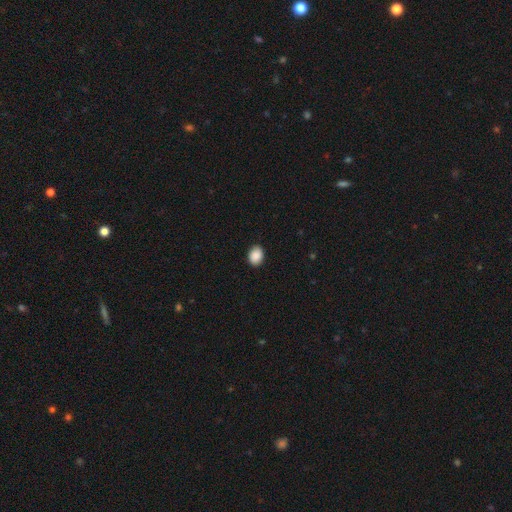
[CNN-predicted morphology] smooth_or_featured: smooth (p=0.90) [alt: star or artifact p=0.07]
how_rounded: in between (p=0.66) [alt: round p=0.33]
merging: none (p=0.89) [alt: minor disturbance p=0.08]